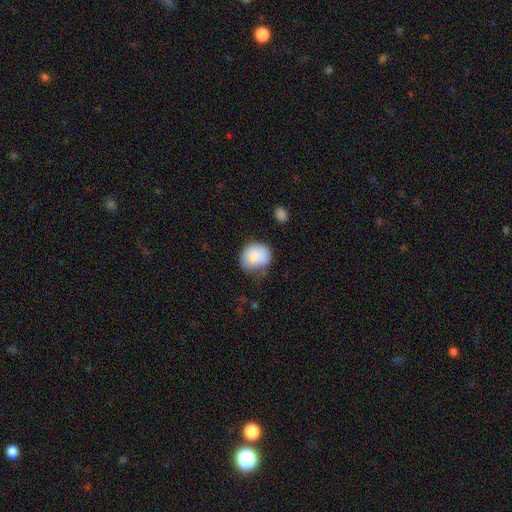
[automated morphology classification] A smooth galaxy with no disk features (82%) that is round (69%).

Vote fractions:
- Smooth or featured? smooth: 82% / featured or disk: 11% / star or artifact: 7%
- How rounded? round: 69% / in between: 30% / cigar-shaped: 1%
- Merging? none: 56% / minor disturbance: 30% / major disturbance: 10% / merger: 5%